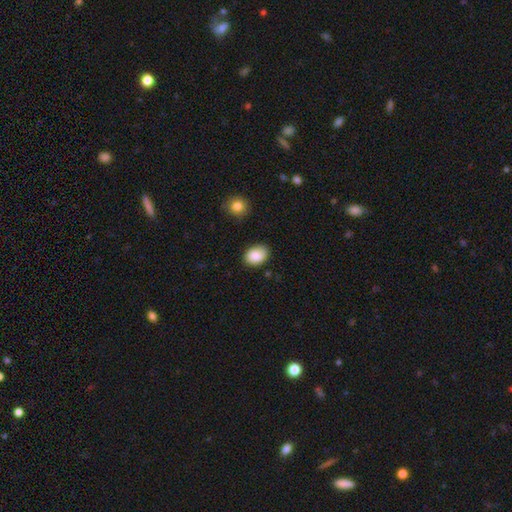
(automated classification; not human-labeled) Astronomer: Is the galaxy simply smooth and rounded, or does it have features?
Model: smooth — 88%.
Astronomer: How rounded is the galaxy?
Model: in between — 75%.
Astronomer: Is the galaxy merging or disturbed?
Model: none — 82%.